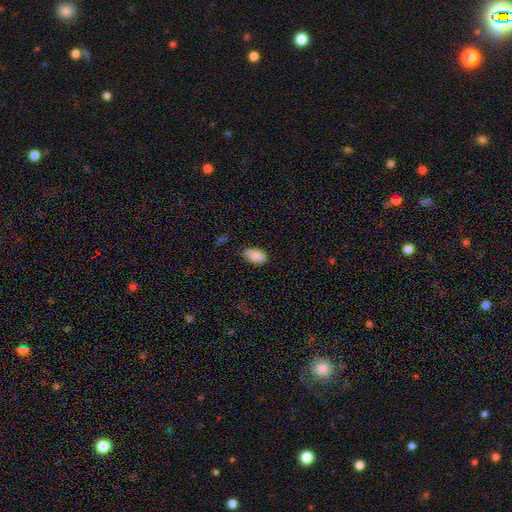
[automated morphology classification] type=smooth (89%); roundness=in between (94%); merging=none (80%).